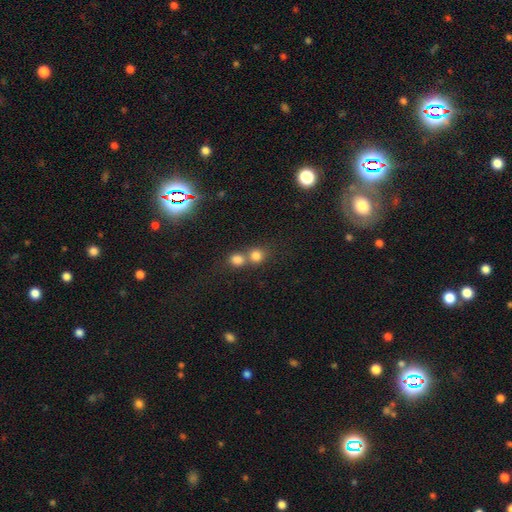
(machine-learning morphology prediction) The model was most divided on "merging": merger: 51%, none: 40%, minor disturbance: 6%, major disturbance: 3%. More confident: how rounded — round (83%); smooth or featured — smooth (79%).